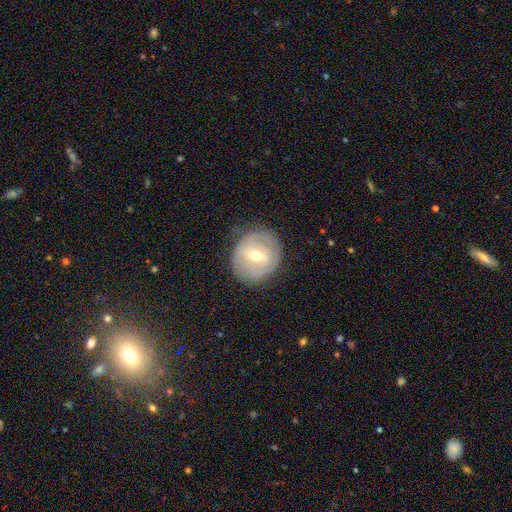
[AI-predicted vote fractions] The model was most divided on "spiral arms": yes: 59%, no: 41%. More confident: edge-on disk — no (95%); merging — none (76%); bulge size — moderate (66%); smooth or featured — featured or disk (64%); bar — weak (50%).